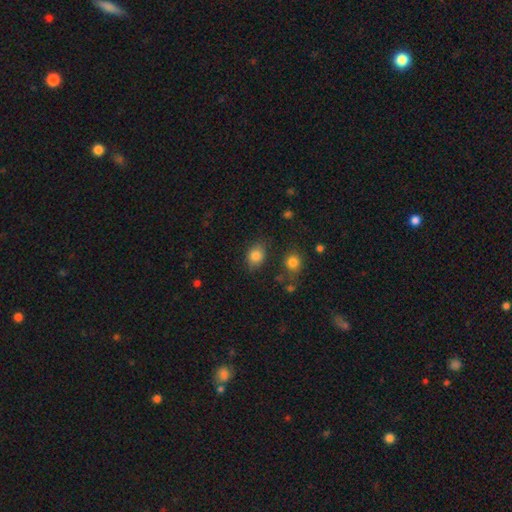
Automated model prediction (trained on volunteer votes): This is clearly a smooth galaxy (83%). How rounded: possibly in between (57%). Merging: likely none (78%).